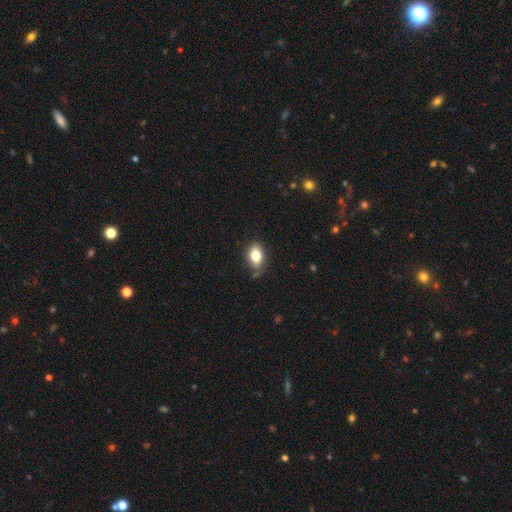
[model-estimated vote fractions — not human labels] Smooth or featured? smooth (78%)
How rounded? in between (85%)
Merging? none (73%)